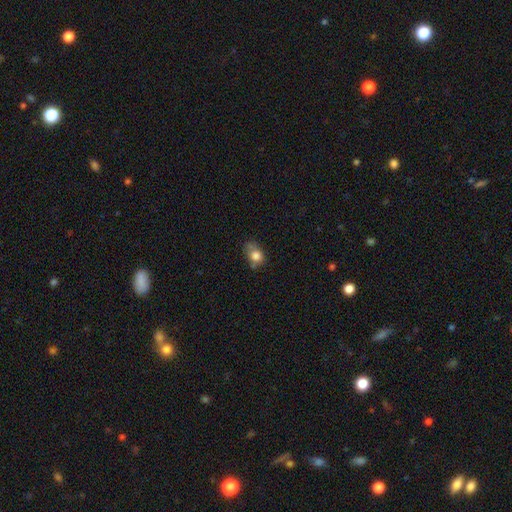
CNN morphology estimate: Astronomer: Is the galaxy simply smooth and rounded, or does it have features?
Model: smooth — 78%.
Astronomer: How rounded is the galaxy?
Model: in between — 55% (runner-up: round, 44%).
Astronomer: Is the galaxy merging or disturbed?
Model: none — 44% (runner-up: minor disturbance, 34%).